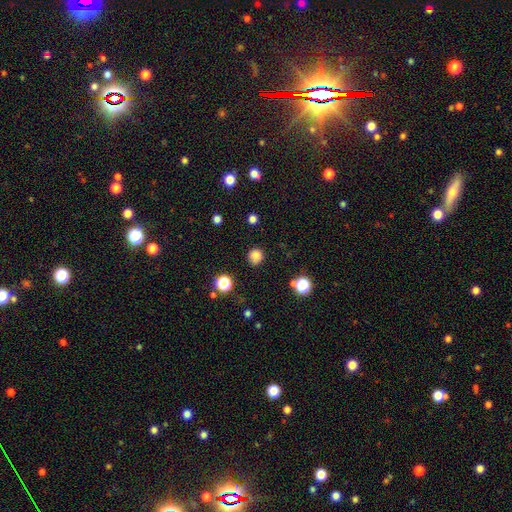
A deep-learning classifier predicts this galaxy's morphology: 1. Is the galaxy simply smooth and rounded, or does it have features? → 81% smooth, 15% star or artifact, 4% featured or disk.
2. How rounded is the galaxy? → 91% round, 8% in between, 1% cigar-shaped.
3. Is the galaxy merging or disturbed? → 85% none, 11% minor disturbance, 3% major disturbance, 2% merger.